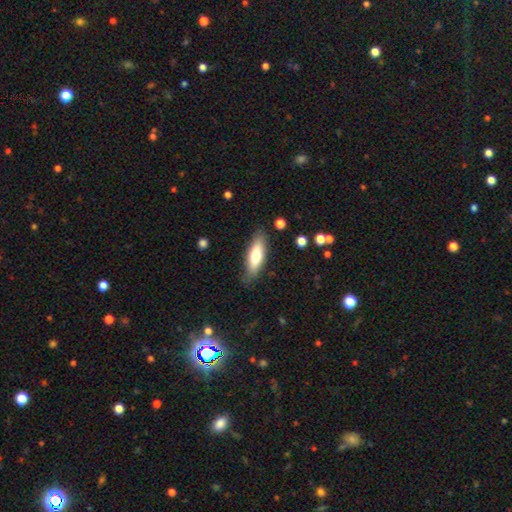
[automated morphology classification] smooth_or_featured: smooth (p=0.72) [alt: featured or disk p=0.22]
how_rounded: in between (p=0.52) [alt: cigar-shaped p=0.46]
merging: none (p=0.83) [alt: minor disturbance p=0.13]